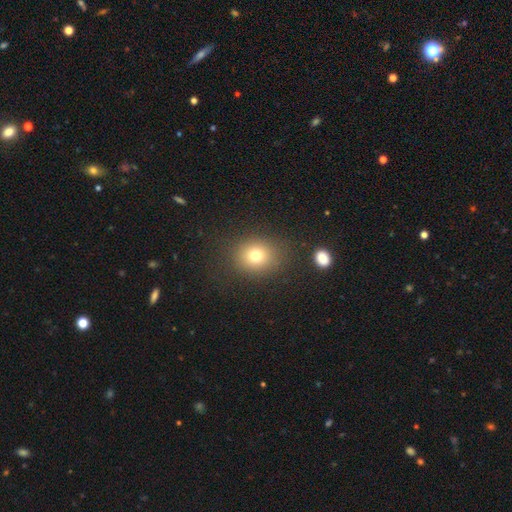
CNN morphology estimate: type=smooth (76%); roundness=round (75%); merging=none (84%).